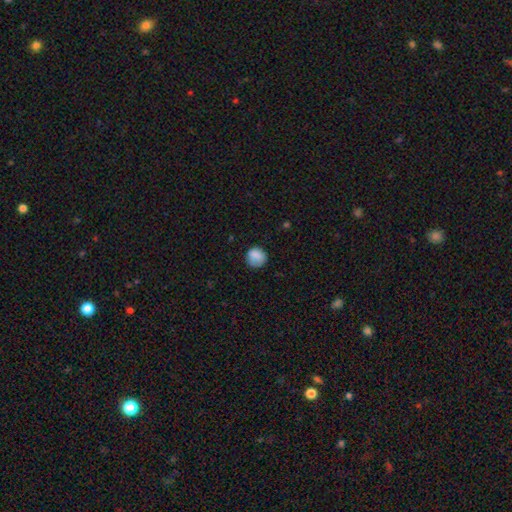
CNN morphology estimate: Q: Smooth or featured?
A: smooth (84%); runner-up: star or artifact (8%)
Q: How rounded?
A: round (86%); runner-up: in between (13%)
Q: Merging?
A: none (77%); runner-up: minor disturbance (17%)